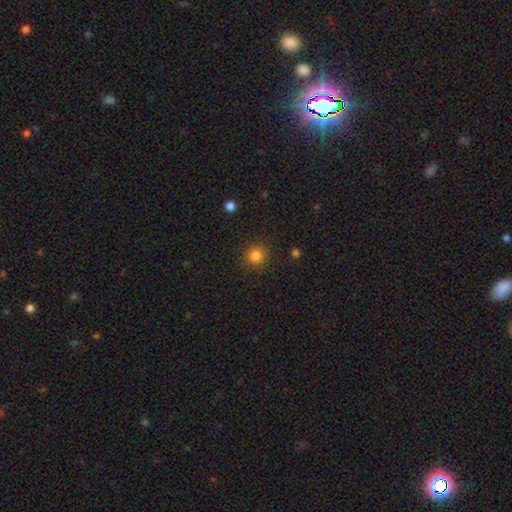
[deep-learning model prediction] Morphology: type=smooth (83%); roundness=round (93%); merging=none (90%).